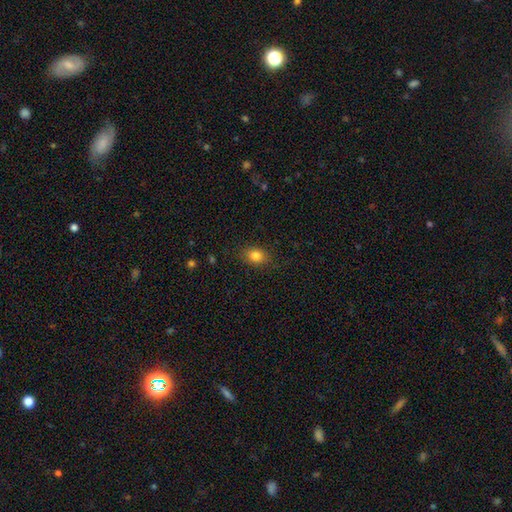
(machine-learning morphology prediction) This appears to be a smooth galaxy with no disk features (83%) that is in between round and cigar-shaped (61%). Merging: none (84%).